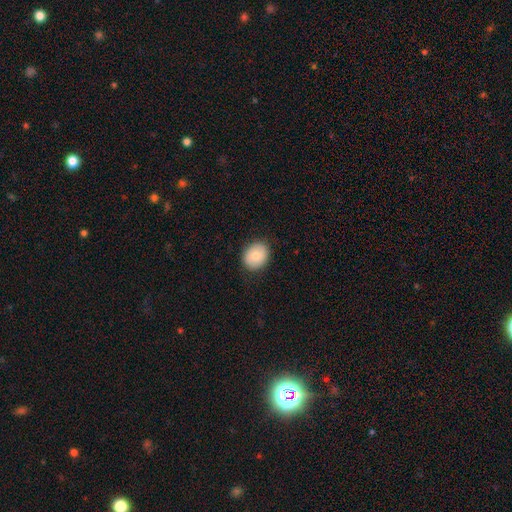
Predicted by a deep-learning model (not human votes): Smooth or featured? smooth (78%)
How rounded? round (63%)
Merging? none (87%)